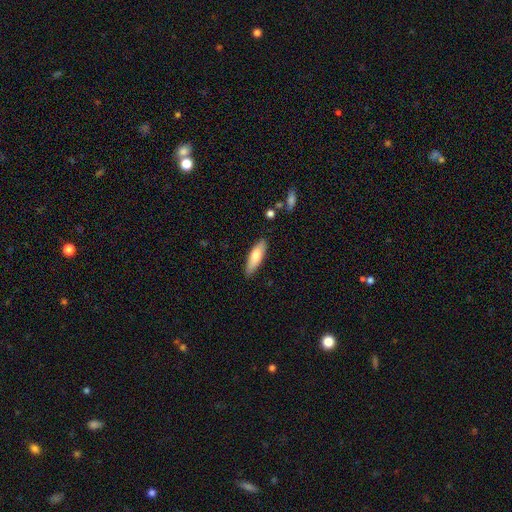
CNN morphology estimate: Overall: smooth (75%). How rounded: cigar-shaped (55%; in between 44%). Merging: none (86%).